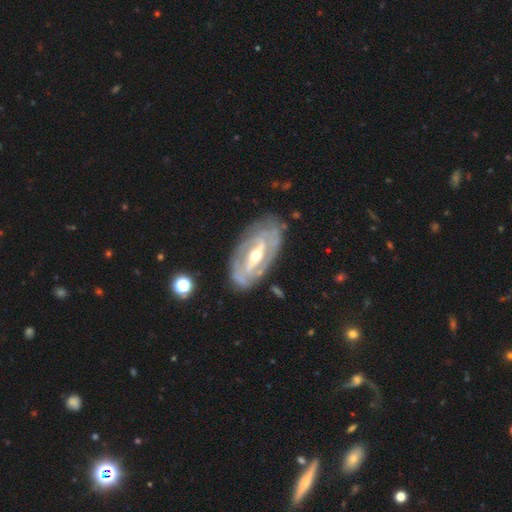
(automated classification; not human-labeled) Smooth or featured?
  - featured or disk: 85% *
  - smooth: 11%
  - star or artifact: 4%
Edge-on disk?
  - no: 91% *
  - yes: 9%
Bar?
  - strong: 54% *
  - weak: 28%
  - no: 18%
Spiral arms?
  - yes: 75% *
  - no: 25%
Spiral winding?
  - tight: 59% *
  - medium: 29%
  - loose: 12%
Spiral arm count?
  - 2: 59% *
  - can't tell: 27%
  - 3: 6%
  - 1: 4%
  - 4: 2%
  - more than 4: 2%
Bulge size?
  - moderate: 64% *
  - small: 30%
  - large: 4%
  - dominant: 1%
  - none: 1%
Merging?
  - none: 78% *
  - minor disturbance: 16%
  - major disturbance: 5%
  - merger: 2%